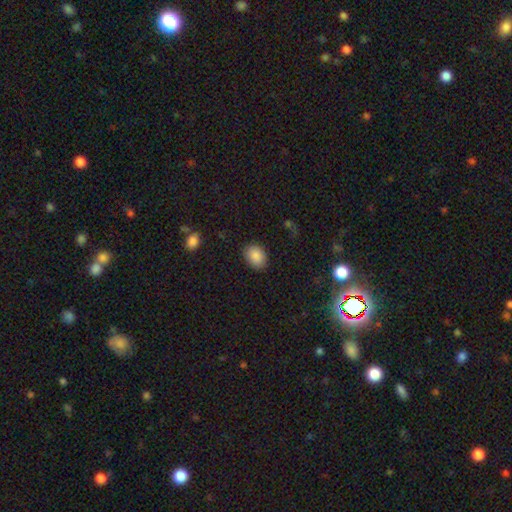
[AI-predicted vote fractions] Smooth or featured? smooth (88%)
How rounded? in between (67%)
Merging? none (85%)